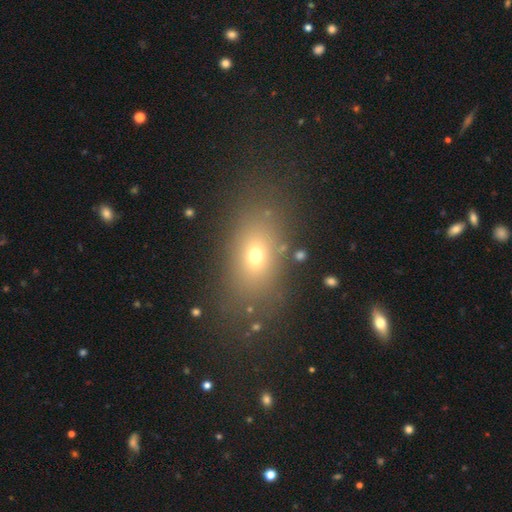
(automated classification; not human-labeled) A smooth galaxy with no disk features (65%) that is in between round and cigar-shaped (75%). Merging: none (81%).